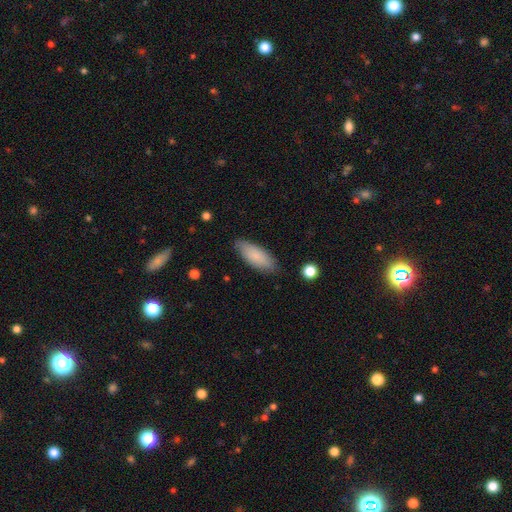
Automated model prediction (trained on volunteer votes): Smooth or featured: smooth — 83% (featured or disk — 11%)
How rounded: in between — 74% (cigar-shaped — 24%)
Merging: none — 81% (minor disturbance — 15%)